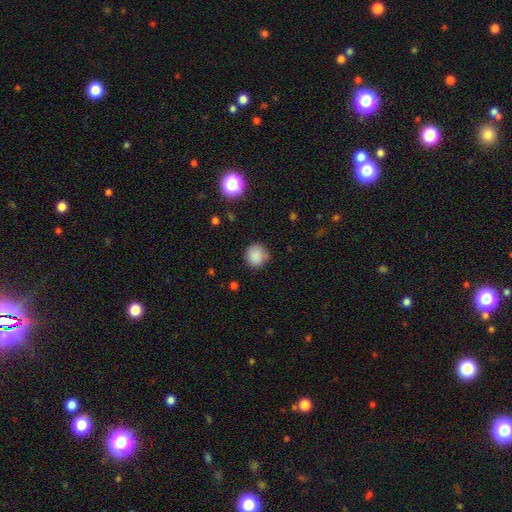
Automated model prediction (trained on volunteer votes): A smooth galaxy with no disk features (85%) that is round (88%).

Vote fractions:
- Smooth or featured? smooth: 85% / star or artifact: 10% / featured or disk: 5%
- How rounded? round: 88% / in between: 11% / cigar-shaped: 1%
- Merging? none: 79% / minor disturbance: 15% / major disturbance: 4% / merger: 2%